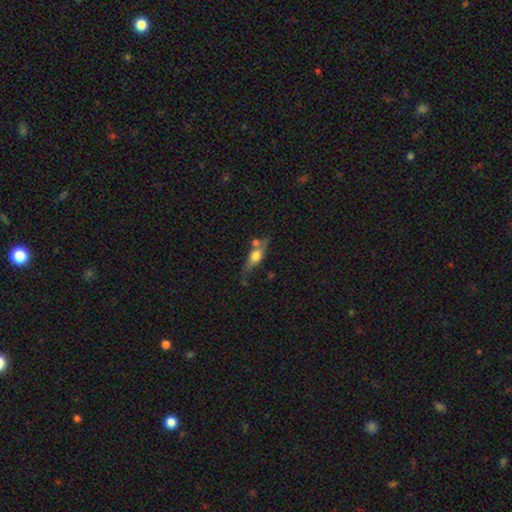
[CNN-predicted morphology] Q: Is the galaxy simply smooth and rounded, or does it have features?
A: featured or disk — 48%.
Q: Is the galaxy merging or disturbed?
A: none — 53%.